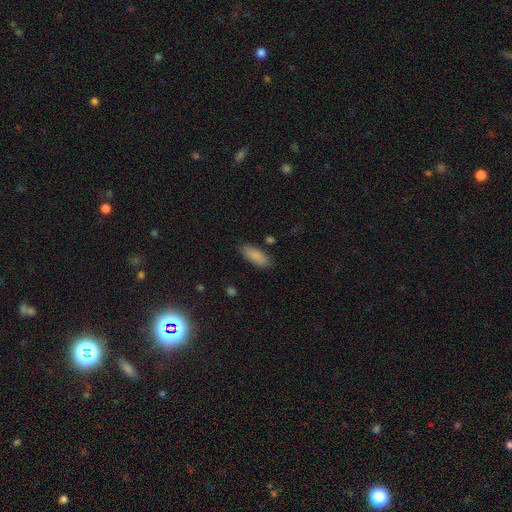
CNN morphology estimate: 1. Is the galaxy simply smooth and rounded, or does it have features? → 88% smooth, 7% star or artifact, 6% featured or disk.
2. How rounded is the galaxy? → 76% in between, 22% cigar-shaped, 2% round.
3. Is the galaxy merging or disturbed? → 84% none, 11% minor disturbance, 3% major disturbance, 2% merger.